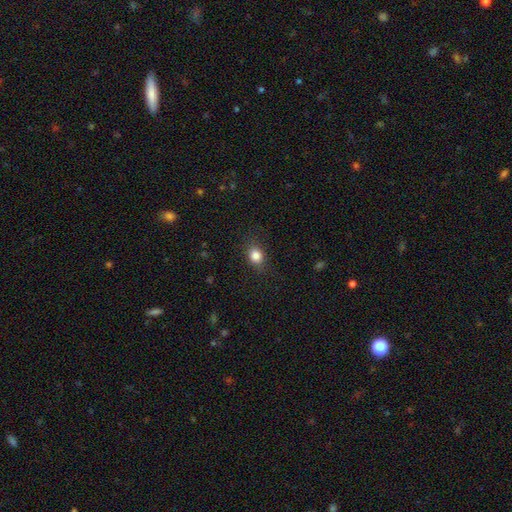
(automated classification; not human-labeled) smooth-or-featured: smooth: 84% | star or artifact: 10% | featured or disk: 6%
  how-rounded: round: 54% | in between: 45% | cigar-shaped: 2%
  merging: none: 82% | minor disturbance: 13% | major disturbance: 4% | merger: 1%